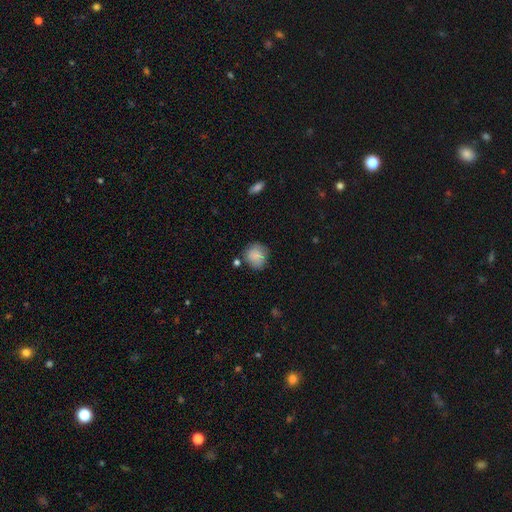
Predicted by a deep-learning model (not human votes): The model was most divided on "merging": none: 71%, minor disturbance: 19%, merger: 5%, major disturbance: 5%. More confident: smooth or featured — smooth (85%); how rounded — round (81%).